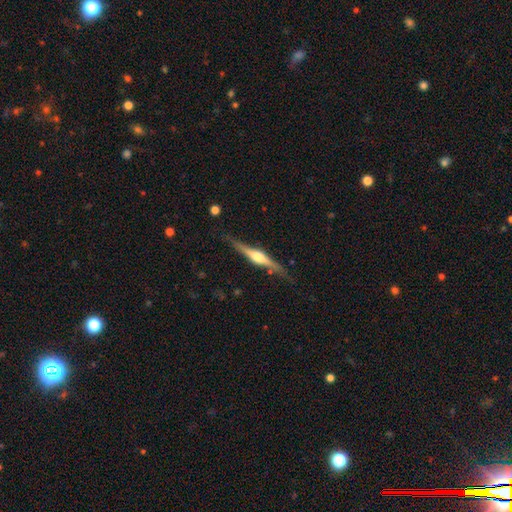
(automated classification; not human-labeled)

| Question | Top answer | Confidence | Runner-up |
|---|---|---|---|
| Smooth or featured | featured or disk | 80% | smooth (15%) |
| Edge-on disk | yes | 97% | no (3%) |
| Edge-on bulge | rounded | 88% | boxy (9%) |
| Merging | none | 81% | minor disturbance (15%) |